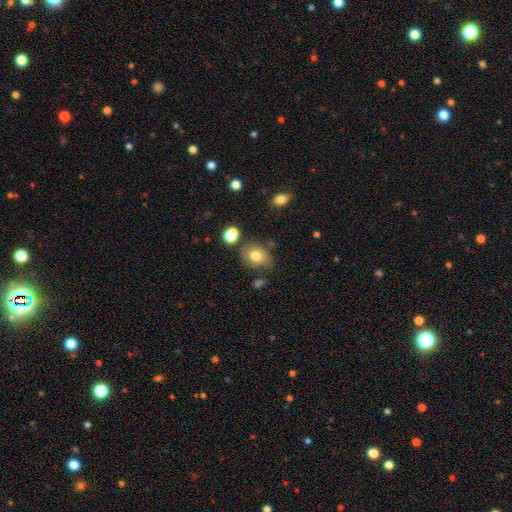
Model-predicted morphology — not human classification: smooth-or-featured: smooth: 76% | featured or disk: 13% | star or artifact: 11%
  how-rounded: round: 51% | in between: 48% | cigar-shaped: 1%
  merging: none: 69% | minor disturbance: 19% | merger: 6% | major disturbance: 5%